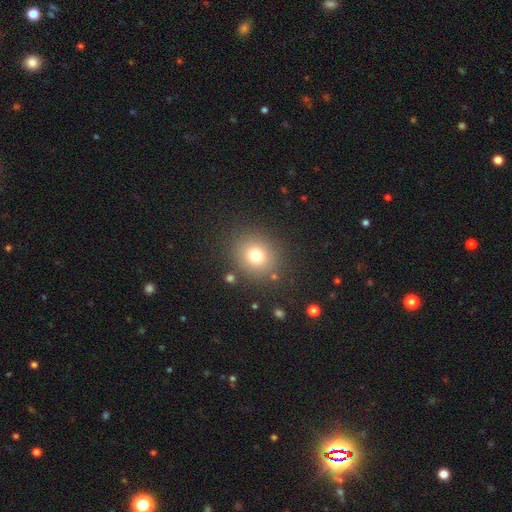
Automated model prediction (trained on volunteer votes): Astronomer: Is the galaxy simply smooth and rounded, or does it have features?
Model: smooth — 76%.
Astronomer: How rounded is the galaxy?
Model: round — 78%.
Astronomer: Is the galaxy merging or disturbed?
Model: none — 85%.